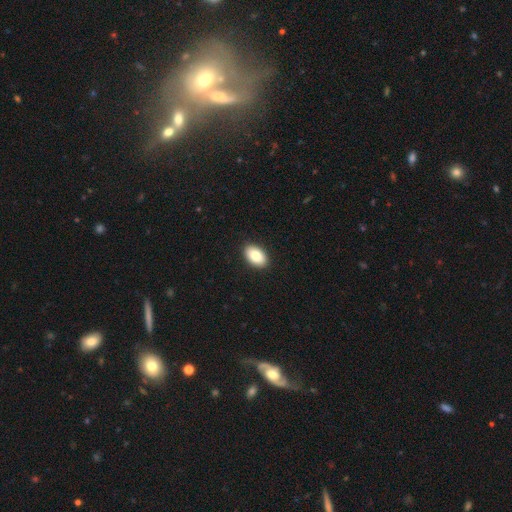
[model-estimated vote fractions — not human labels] This appears to be a smooth galaxy with no disk features (85%) that is in between round and cigar-shaped (92%). Merging: none (91%).